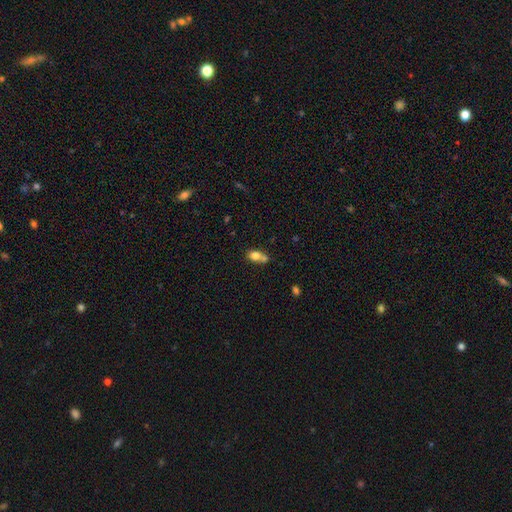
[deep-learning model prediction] Smooth or featured?
  - smooth: 77% *
  - featured or disk: 13%
  - star or artifact: 10%
How rounded?
  - in between: 69% *
  - round: 28%
  - cigar-shaped: 3%
Merging?
  - merger: 48% *
  - none: 35%
  - minor disturbance: 12%
  - major disturbance: 5%